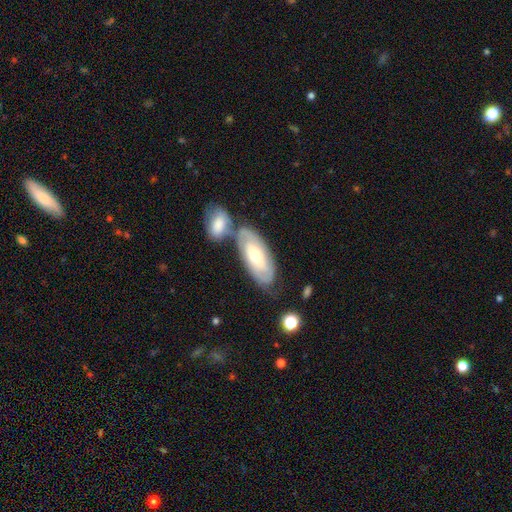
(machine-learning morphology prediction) A featured or disk galaxy (58%) with no bar (70%), spiral arms (75%) and a moderate central bulge (65%). Merging: none (51%).